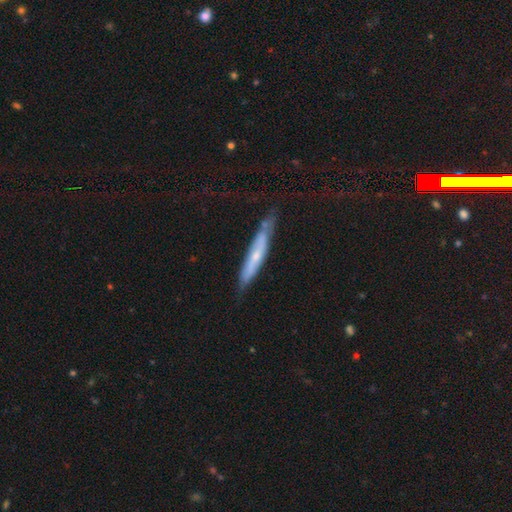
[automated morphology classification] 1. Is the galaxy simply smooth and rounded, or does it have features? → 55% featured or disk, 38% smooth, 7% star or artifact.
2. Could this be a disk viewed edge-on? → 75% yes, 25% no.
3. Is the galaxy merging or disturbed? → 68% none, 24% minor disturbance, 5% major disturbance, 3% merger.